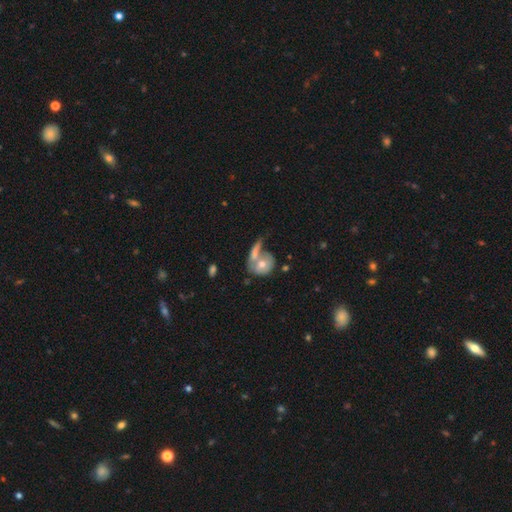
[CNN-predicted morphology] smooth_or_featured: smooth (p=0.55) [alt: featured or disk p=0.37]
how_rounded: in between (p=0.50) [alt: round p=0.44]
merging: merger (p=0.53) [alt: none p=0.26]